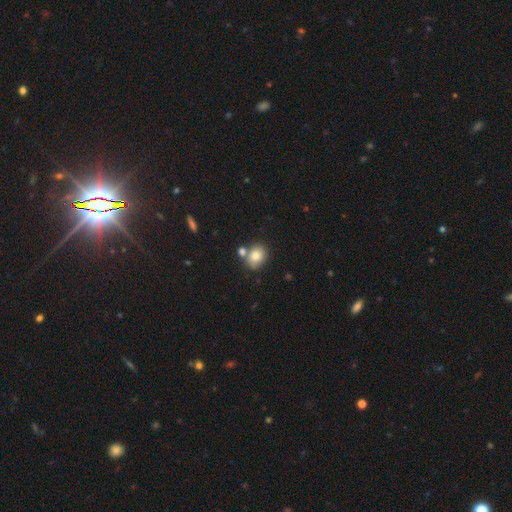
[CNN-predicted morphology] Q: Smooth or featured?
A: smooth (80%); runner-up: featured or disk (11%)
Q: How rounded?
A: round (52%); runner-up: in between (47%)
Q: Merging?
A: none (58%); runner-up: merger (26%)